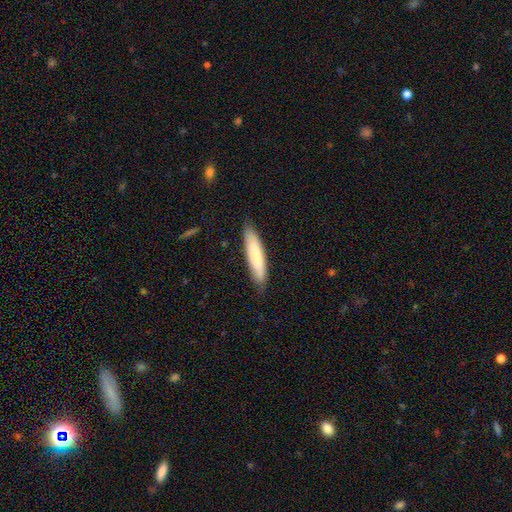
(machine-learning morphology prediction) smooth 79%, featured or disk 16%, star or artifact 6%. Down the decision tree: how rounded — cigar-shaped (80%); merging — none (83%).